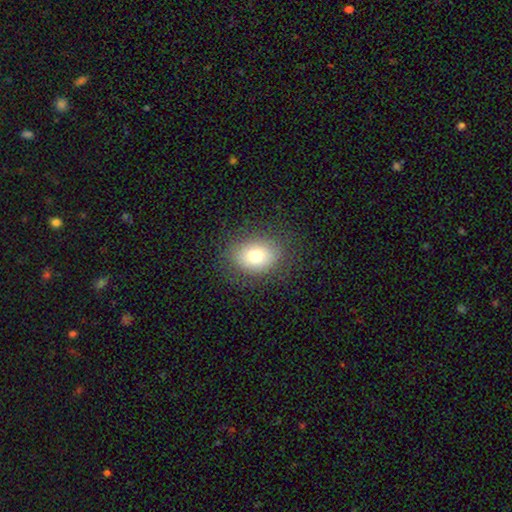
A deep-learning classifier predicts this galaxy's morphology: Smooth or featured? smooth (74%)
How rounded? round (51%)
Merging? none (83%)